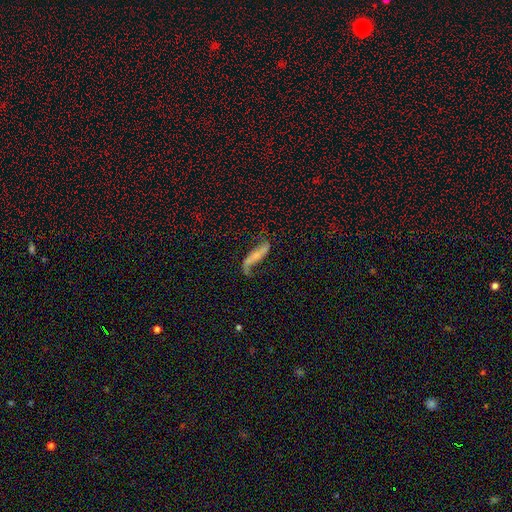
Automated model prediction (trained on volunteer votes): featured or disk 64%, smooth 28%, star or artifact 8%. Down the decision tree: edge-on disk — no (76%); merging — none (47%).